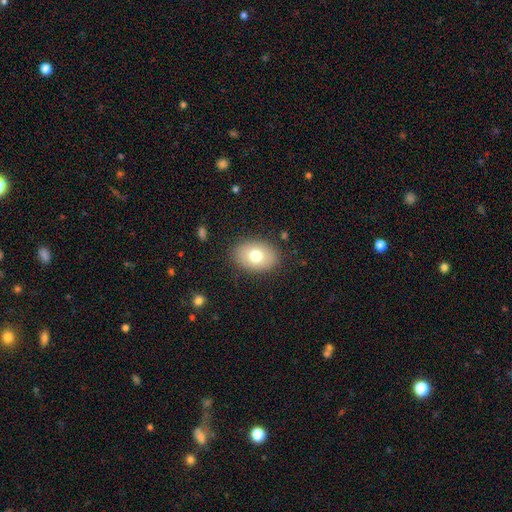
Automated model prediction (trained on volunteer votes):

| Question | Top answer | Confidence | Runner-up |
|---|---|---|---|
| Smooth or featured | smooth | 74% | featured or disk (17%) |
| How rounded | in between | 80% | round (19%) |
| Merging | none | 87% | minor disturbance (9%) |